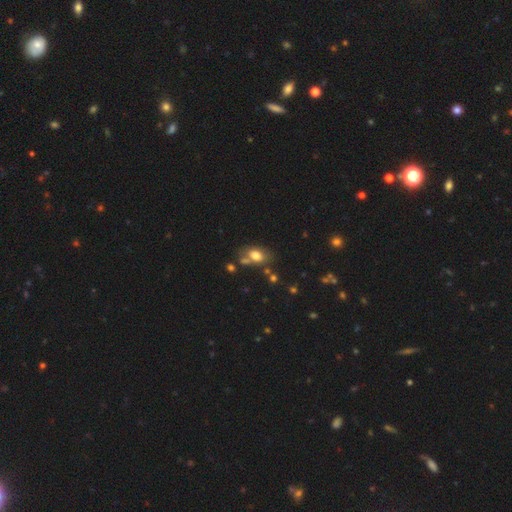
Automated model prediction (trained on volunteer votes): smooth_or_featured: smooth (p=0.76) [alt: featured or disk p=0.14]
how_rounded: in between (p=0.80) [alt: round p=0.18]
merging: none (p=0.53) [alt: merger p=0.21]